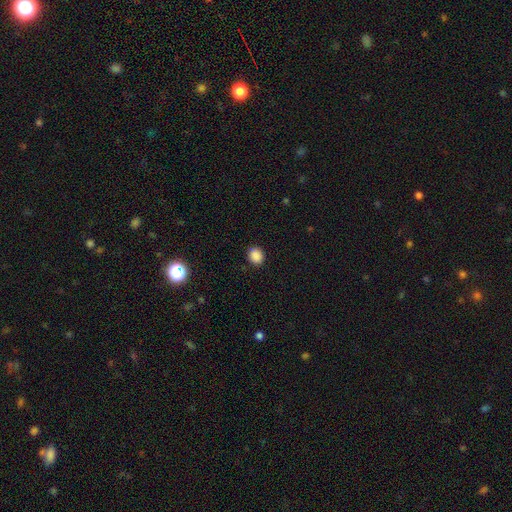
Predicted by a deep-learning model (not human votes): A smooth galaxy with no disk features (87%) that is round (66%). Merging: none (88%).